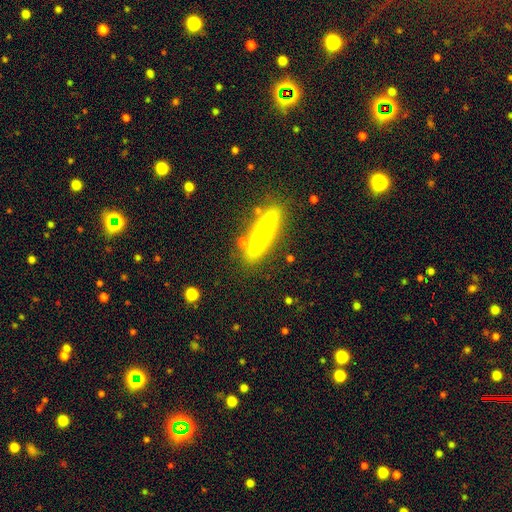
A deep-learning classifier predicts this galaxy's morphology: Smooth or featured? smooth (56%)
How rounded? cigar-shaped (92%)
Merging? none (86%)